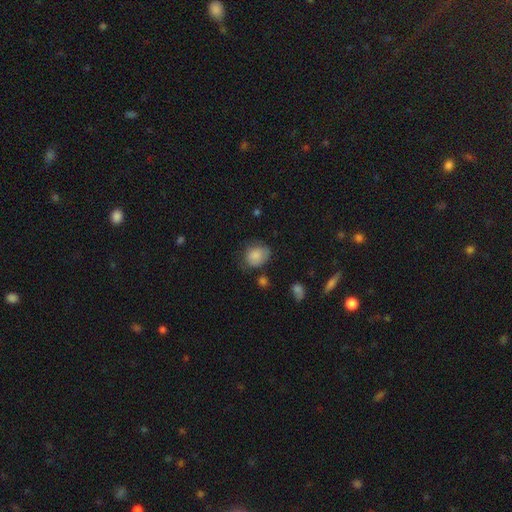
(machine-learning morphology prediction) The model was most divided on "how rounded": in between: 50%, round: 49%, cigar-shaped: 1%. More confident: smooth or featured — smooth (83%); merging — none (56%).